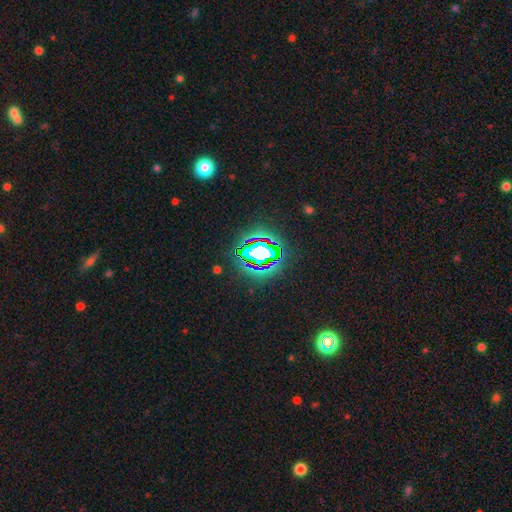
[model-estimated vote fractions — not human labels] Q: Smooth or featured?
A: star or artifact (69%); runner-up: smooth (17%)